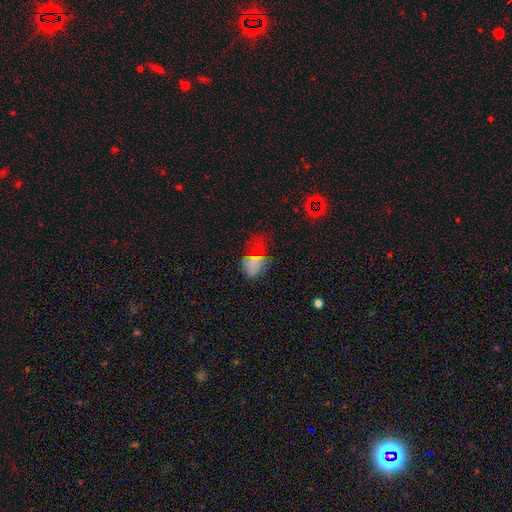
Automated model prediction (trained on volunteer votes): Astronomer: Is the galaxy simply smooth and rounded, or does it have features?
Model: smooth — 50% (runner-up: star or artifact, 28%).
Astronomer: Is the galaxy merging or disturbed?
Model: major disturbance — 40% (runner-up: none, 28%).